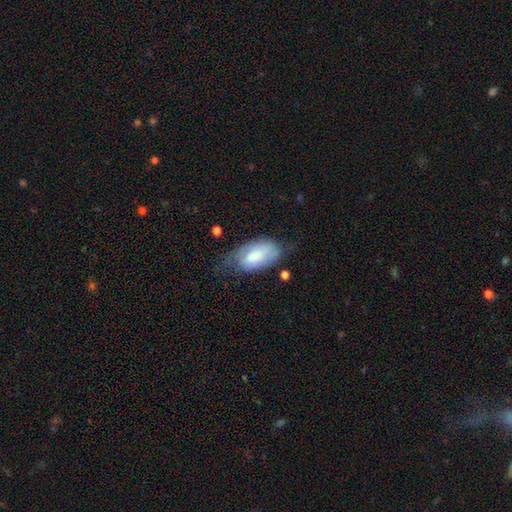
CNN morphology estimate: smooth 72%, featured or disk 21%, star or artifact 7%. Down the decision tree: how rounded — in between (94%); merging — none (40%).